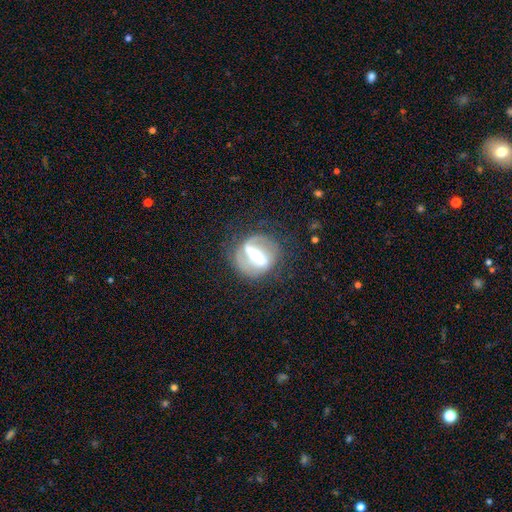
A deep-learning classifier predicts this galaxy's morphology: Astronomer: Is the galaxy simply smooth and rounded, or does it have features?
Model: featured or disk — 81%.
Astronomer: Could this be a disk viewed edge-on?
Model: no — 92%.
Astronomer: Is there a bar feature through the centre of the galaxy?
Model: strong — 73%.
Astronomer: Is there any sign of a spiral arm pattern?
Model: yes — 77%.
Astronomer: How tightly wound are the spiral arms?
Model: medium — 42% (runner-up: tight, 32%).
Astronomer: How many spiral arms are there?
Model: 2 — 79%.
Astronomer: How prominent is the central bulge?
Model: moderate — 50% (runner-up: small, 37%).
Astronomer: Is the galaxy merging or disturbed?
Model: none — 71%.